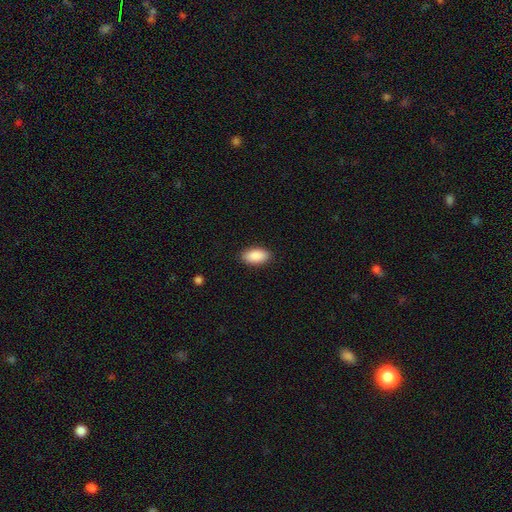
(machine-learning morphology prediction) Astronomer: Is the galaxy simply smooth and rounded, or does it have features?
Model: smooth — 90%.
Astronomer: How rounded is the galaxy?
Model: in between — 94%.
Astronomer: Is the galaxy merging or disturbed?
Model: none — 89%.